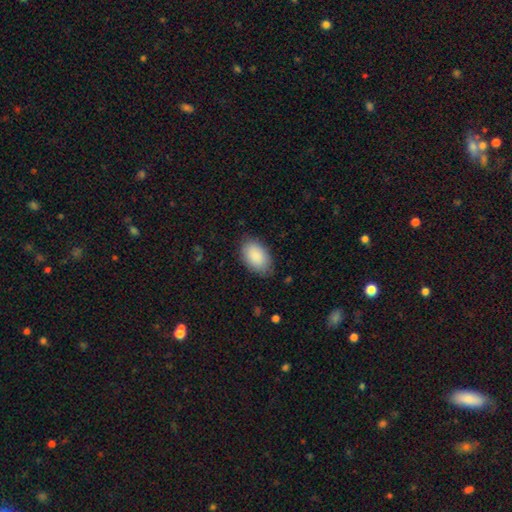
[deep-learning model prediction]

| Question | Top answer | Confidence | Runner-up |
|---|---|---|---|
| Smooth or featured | smooth | 90% | star or artifact (6%) |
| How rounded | in between | 94% | round (5%) |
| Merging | none | 82% | minor disturbance (14%) |